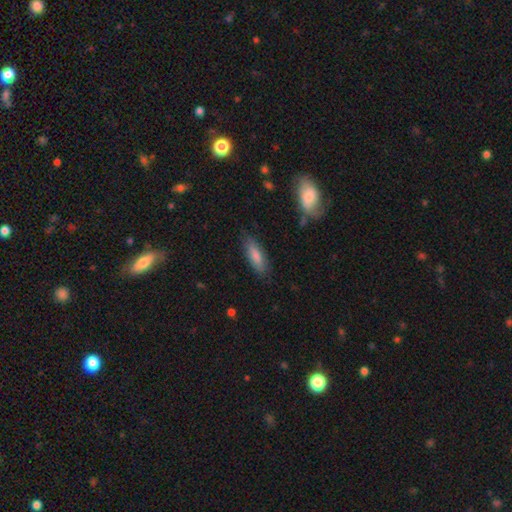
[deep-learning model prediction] This appears to be a smooth galaxy with no disk features (81%) that is in between round and cigar-shaped (51%). Merging: none (81%).